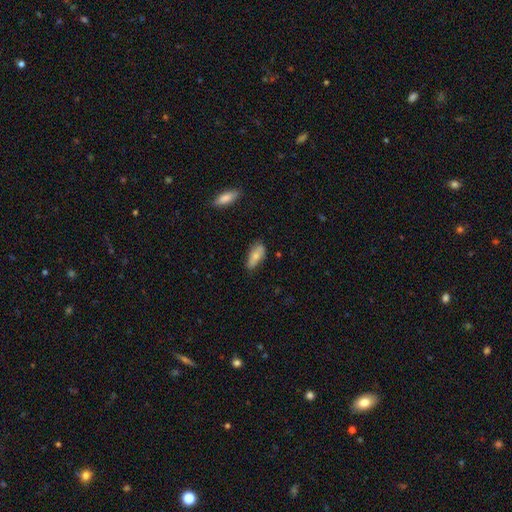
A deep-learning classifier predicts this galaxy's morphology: This appears to be a smooth galaxy with no disk features (73%) that is in between round and cigar-shaped (80%). Merging: none (70%).